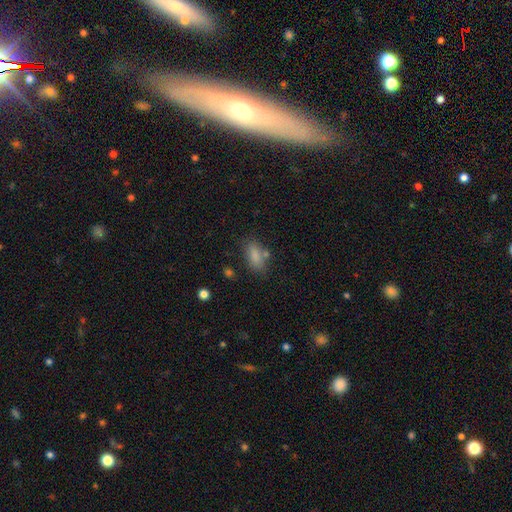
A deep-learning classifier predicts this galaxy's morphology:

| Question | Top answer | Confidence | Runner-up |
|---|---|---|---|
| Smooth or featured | smooth | 83% | star or artifact (9%) |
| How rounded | in between | 85% | cigar-shaped (11%) |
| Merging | none | 68% | minor disturbance (16%) |